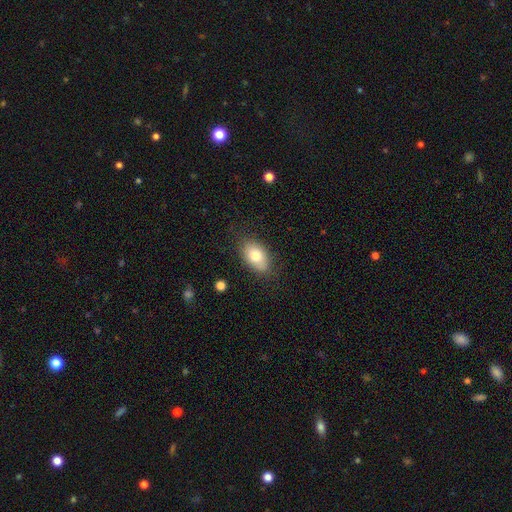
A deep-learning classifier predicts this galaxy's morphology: This is likely a smooth galaxy (78%). How rounded: clearly in between (90%). Merging: clearly none (81%).